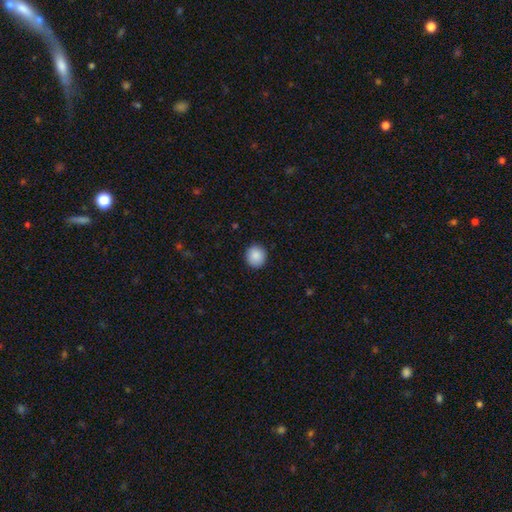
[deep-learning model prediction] Smooth or featured? Predicted: smooth (p=0.89). How rounded? Predicted: round (p=0.90). Merging? Predicted: none (p=0.91).